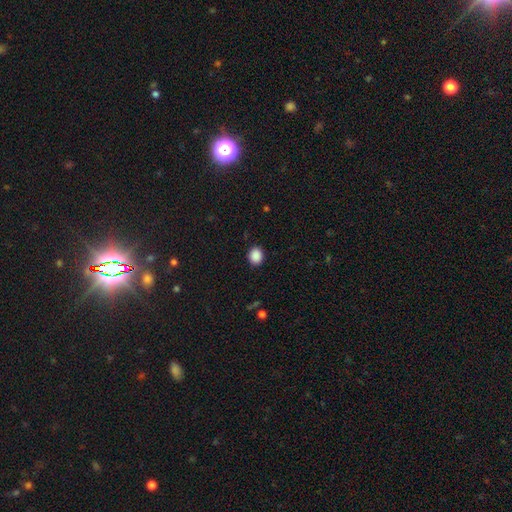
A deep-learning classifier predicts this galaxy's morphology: A smooth galaxy with no disk features (88%) that is round (64%).

Vote fractions:
- Smooth or featured? smooth: 88% / star or artifact: 9% / featured or disk: 2%
- How rounded? round: 64% / in between: 35% / cigar-shaped: 1%
- Merging? none: 90% / minor disturbance: 7% / major disturbance: 2% / merger: 1%